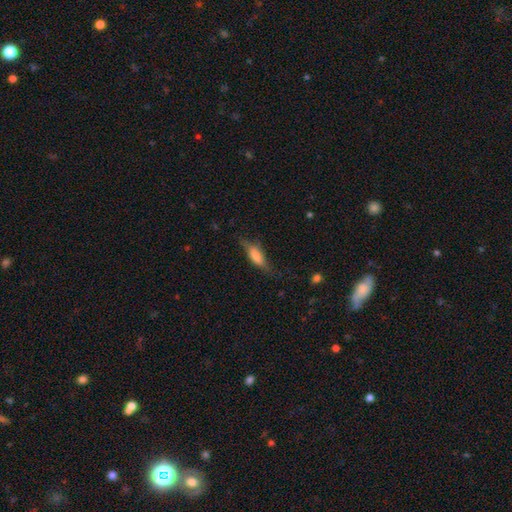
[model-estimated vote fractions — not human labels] Smooth or featured?
  - smooth: 62% *
  - featured or disk: 30%
  - star or artifact: 7%
How rounded?
  - in between: 54% *
  - cigar-shaped: 43%
  - round: 3%
Merging?
  - none: 63% *
  - minor disturbance: 26%
  - major disturbance: 10%
  - merger: 2%